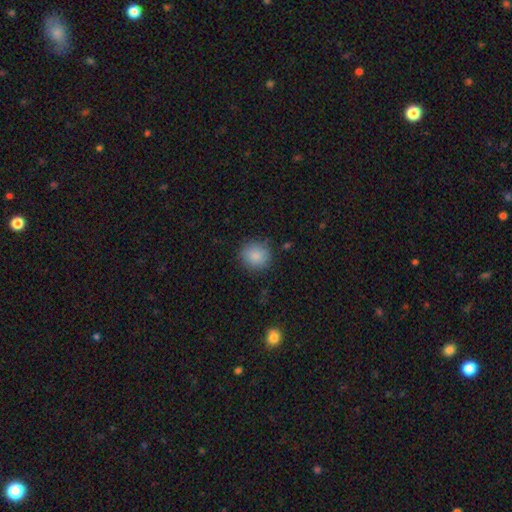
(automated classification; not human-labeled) A smooth galaxy with no disk features (87%) that is round (87%).

Vote fractions:
- Smooth or featured? smooth: 87% / star or artifact: 8% / featured or disk: 5%
- How rounded? round: 87% / in between: 12% / cigar-shaped: 1%
- Merging? none: 85% / minor disturbance: 11% / major disturbance: 3% / merger: 1%